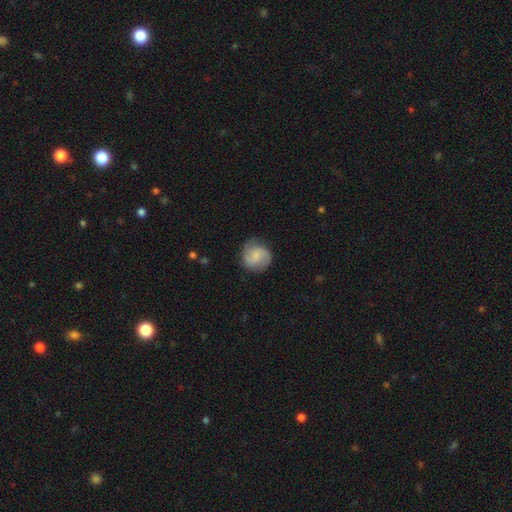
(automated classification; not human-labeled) smooth_or_featured: featured or disk (p=0.51) [alt: smooth p=0.42]
disk_edge_on: no (p=0.98) [alt: yes p=0.02]
bar: weak (p=0.47) [alt: no p=0.43]
has_spiral_arms: yes (p=0.91) [alt: no p=0.09]
bulge_size: small (p=0.49) [alt: moderate p=0.24]
merging: none (p=0.78) [alt: minor disturbance p=0.16]